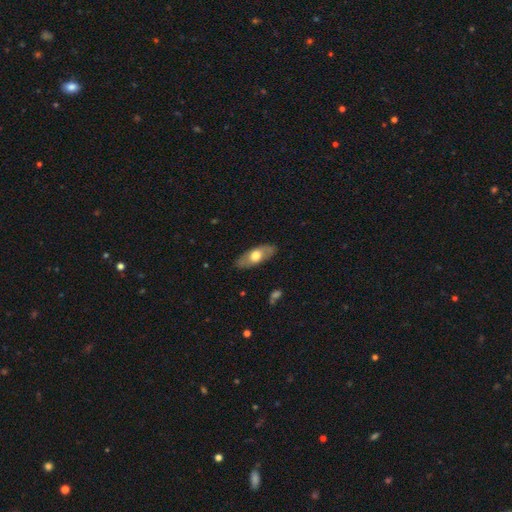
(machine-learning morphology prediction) This is possibly a smooth galaxy (54%). How rounded: clearly in between (81%). Merging: clearly none (85%).